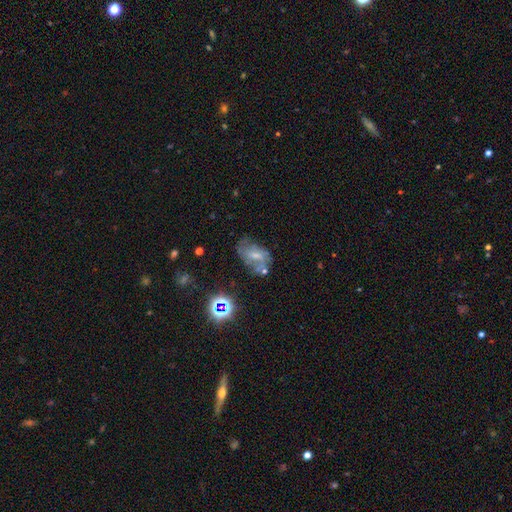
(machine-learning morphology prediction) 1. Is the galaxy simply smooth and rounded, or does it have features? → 46% featured or disk, 37% smooth, 17% star or artifact.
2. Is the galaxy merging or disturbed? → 48% none, 26% minor disturbance, 17% major disturbance, 9% merger.